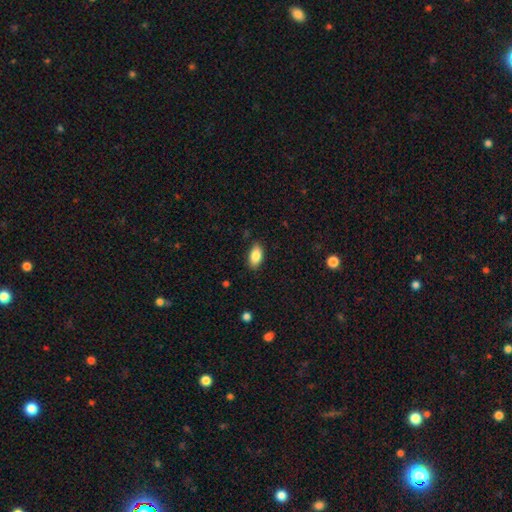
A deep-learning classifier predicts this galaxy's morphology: A smooth galaxy with no disk features (86%) that is in between round and cigar-shaped (92%).

Vote fractions:
- Smooth or featured? smooth: 86% / star or artifact: 7% / featured or disk: 7%
- How rounded? in between: 92% / round: 5% / cigar-shaped: 4%
- Merging? none: 84% / minor disturbance: 12% / major disturbance: 3% / merger: 1%